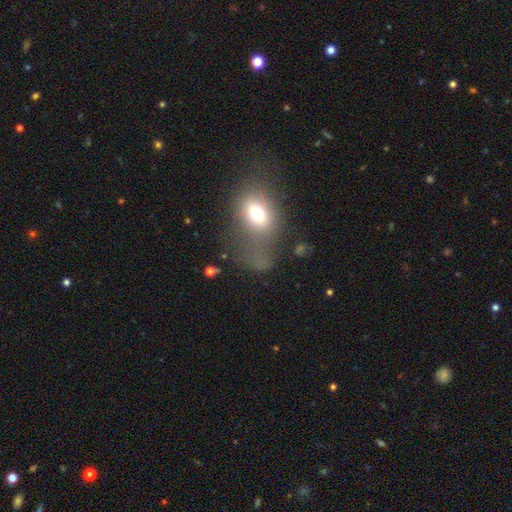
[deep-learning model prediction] The model was most divided on "merging": major disturbance: 39%, none: 32%, minor disturbance: 23%, merger: 6%. More confident: how rounded — in between (67%); smooth or featured — smooth (59%).